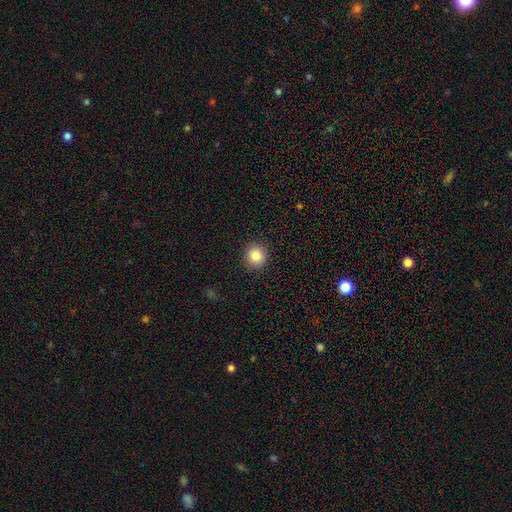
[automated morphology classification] A smooth galaxy with no disk features (86%) that is round (92%).

Vote fractions:
- Smooth or featured? smooth: 86% / star or artifact: 9% / featured or disk: 5%
- How rounded? round: 92% / in between: 7% / cigar-shaped: 1%
- Merging? none: 91% / minor disturbance: 6% / major disturbance: 2% / merger: 1%